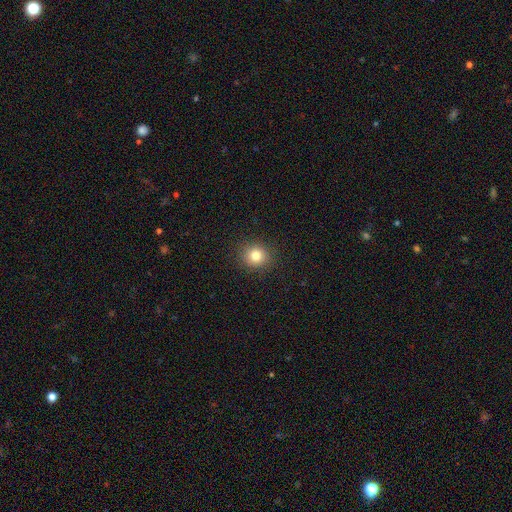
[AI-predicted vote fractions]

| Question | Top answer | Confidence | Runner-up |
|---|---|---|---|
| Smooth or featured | smooth | 81% | star or artifact (13%) |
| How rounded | round | 88% | in between (11%) |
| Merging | none | 91% | minor disturbance (6%) |